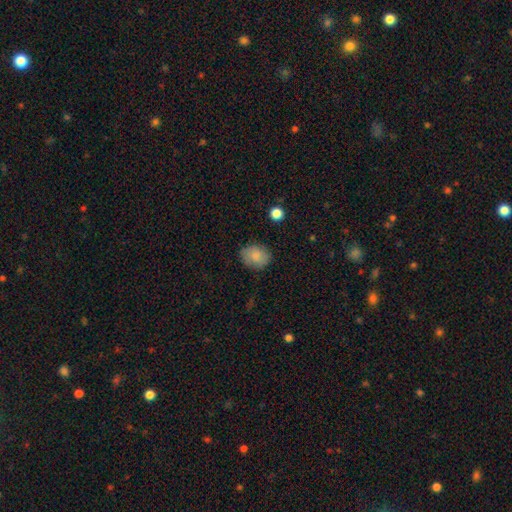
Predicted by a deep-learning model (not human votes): Smooth or featured? Predicted: smooth (p=0.83). How rounded? Predicted: round (p=0.55). Merging? Predicted: none (p=0.82).